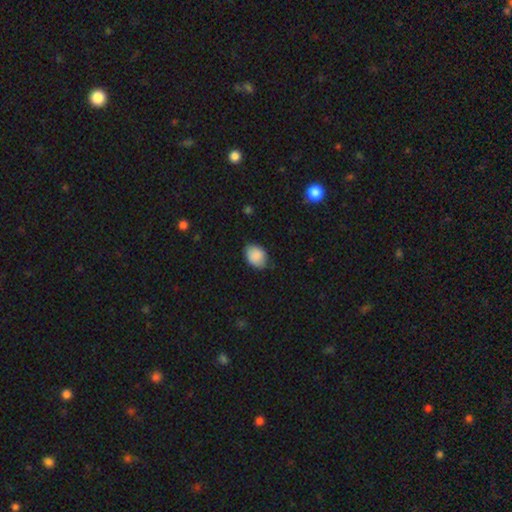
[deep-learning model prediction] Overall: smooth (88%). How rounded: in between (69%; round 30%). Merging: none (75%).